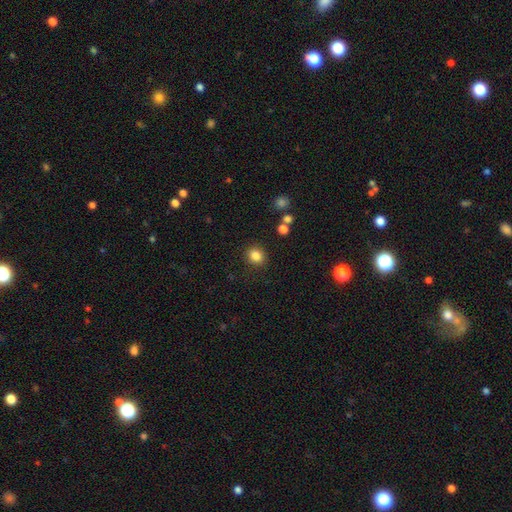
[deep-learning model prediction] Morphology: type=smooth (83%); roundness=round (75%); merging=none (87%).